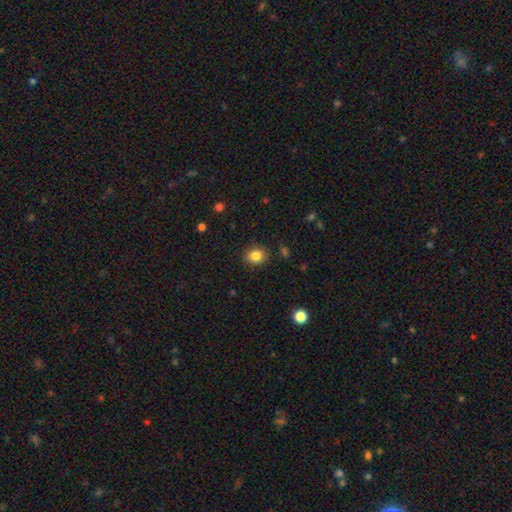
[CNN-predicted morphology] smooth 85%, star or artifact 10%, featured or disk 5%. Down the decision tree: how rounded — round (70%); merging — none (88%).